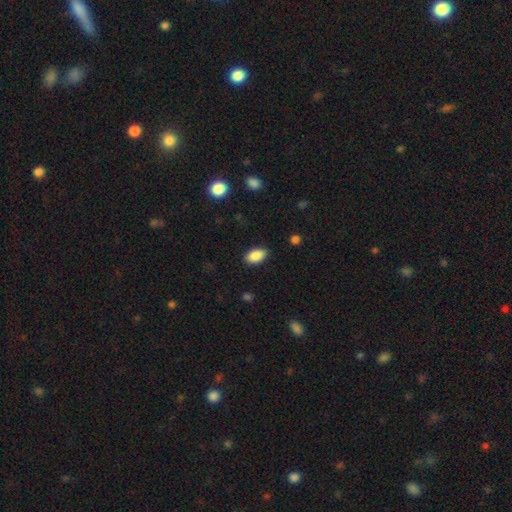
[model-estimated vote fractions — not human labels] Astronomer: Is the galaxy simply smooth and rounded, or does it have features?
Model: smooth — 88%.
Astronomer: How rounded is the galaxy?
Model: in between — 91%.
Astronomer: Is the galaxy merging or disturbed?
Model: none — 87%.